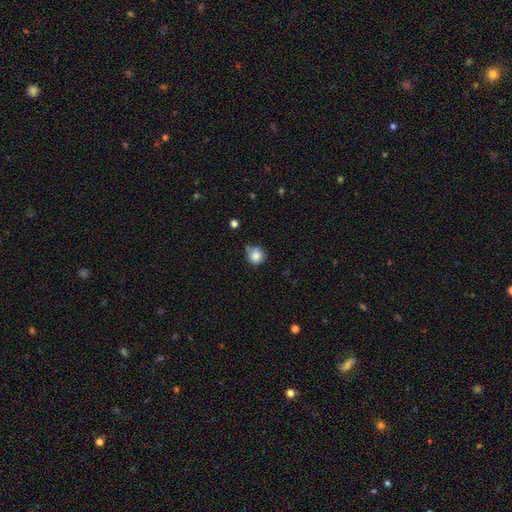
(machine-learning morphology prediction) This is clearly a smooth galaxy (82%). How rounded: clearly round (91%). Merging: likely none (65%).